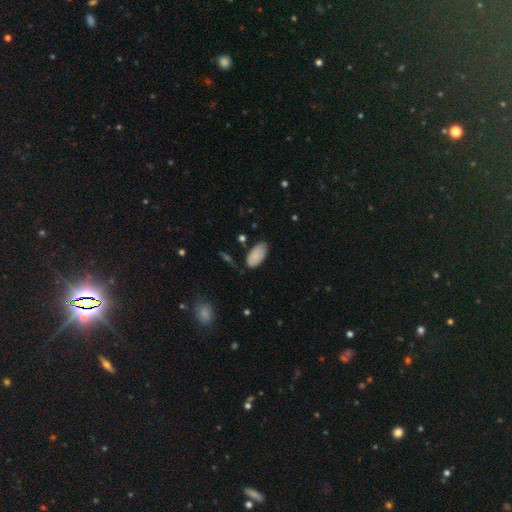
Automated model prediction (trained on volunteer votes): The model was most divided on "merging": none: 73%, minor disturbance: 21%, major disturbance: 4%, merger: 2%. More confident: how rounded — in between (95%); smooth or featured — smooth (85%).